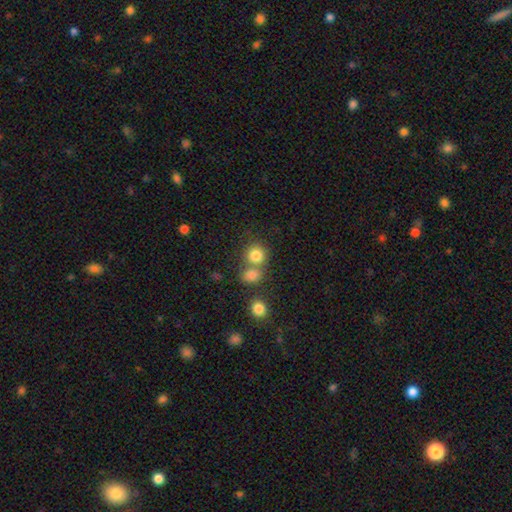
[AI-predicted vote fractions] smooth 82%, star or artifact 11%, featured or disk 7%. Down the decision tree: how rounded — round (85%); merging — none (51%).